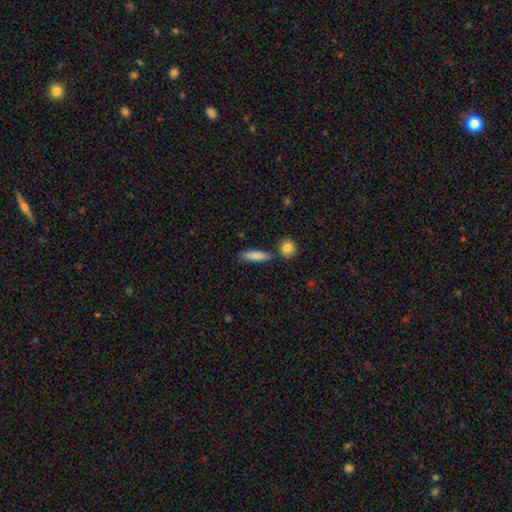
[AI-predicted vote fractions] Overall: smooth (86%). How rounded: cigar-shaped (57%; in between 40%). Merging: none (75%).